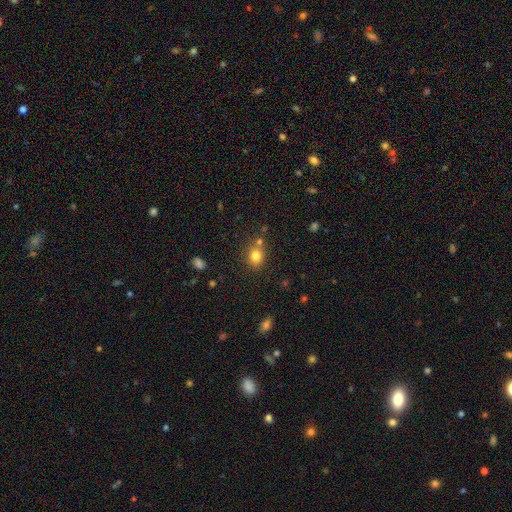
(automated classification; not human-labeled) Smooth or featured? Predicted: smooth (p=0.80). How rounded? Predicted: round (p=0.59). Merging? Predicted: none (p=0.72).